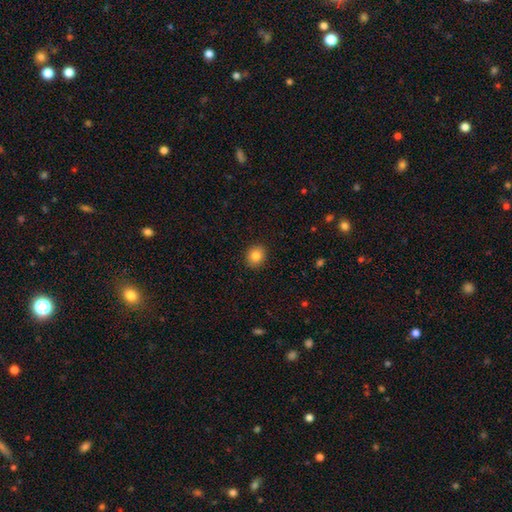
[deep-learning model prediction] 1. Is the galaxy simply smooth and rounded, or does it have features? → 83% smooth, 10% star or artifact, 7% featured or disk.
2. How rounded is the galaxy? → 72% round, 27% in between, 1% cigar-shaped.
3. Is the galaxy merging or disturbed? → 91% none, 6% minor disturbance, 2% major disturbance, 1% merger.